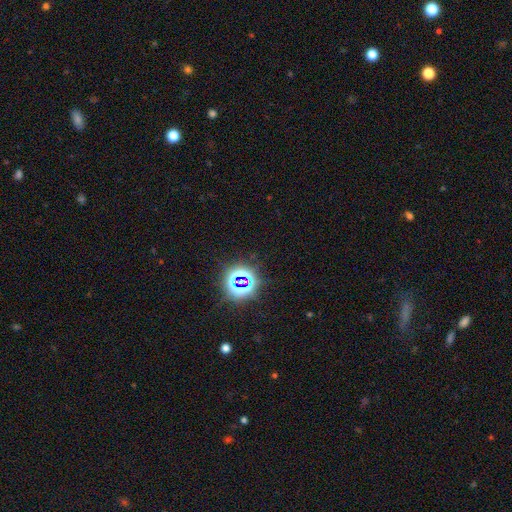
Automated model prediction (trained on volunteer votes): Morphology: type=star or artifact (77%).